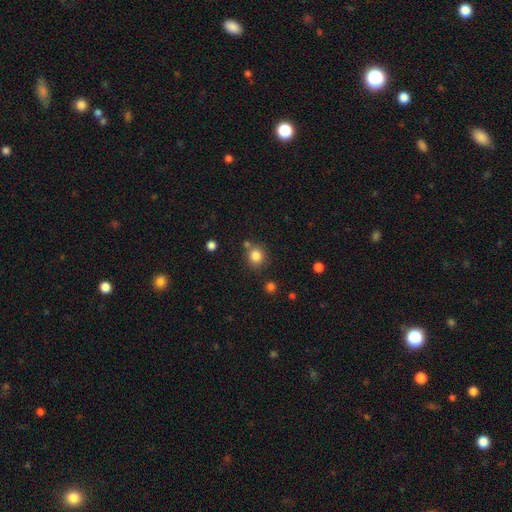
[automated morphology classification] The model was most divided on "merging": none: 73%, merger: 12%, minor disturbance: 11%, major disturbance: 4%. More confident: how rounded — round (86%); smooth or featured — smooth (83%).